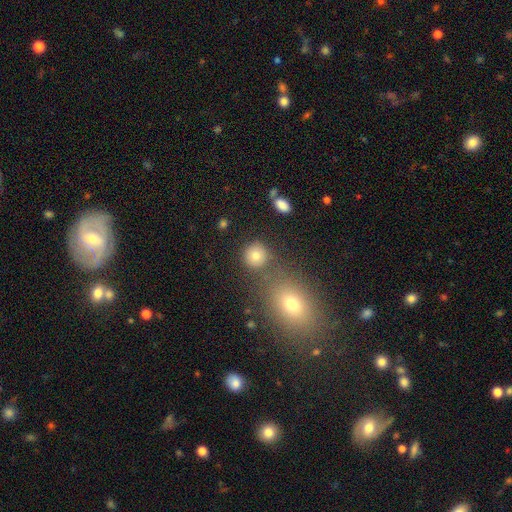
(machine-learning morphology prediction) The model was most divided on "merging": none: 77%, merger: 11%, minor disturbance: 9%, major disturbance: 4%. More confident: how rounded — round (87%); smooth or featured — smooth (80%).